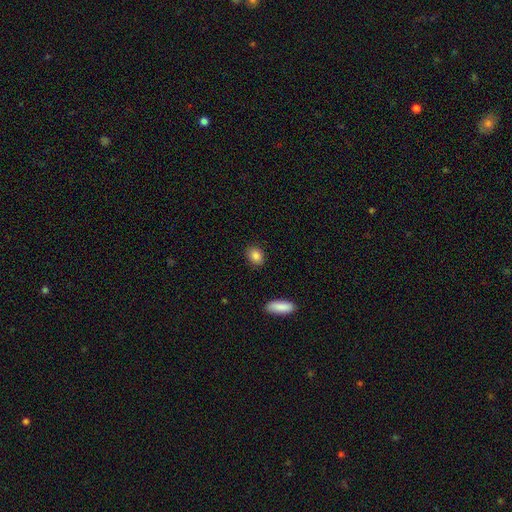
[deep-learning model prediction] The model was most divided on "how rounded": in between: 61%, round: 37%, cigar-shaped: 2%. More confident: merging — none (88%); smooth or featured — smooth (86%).